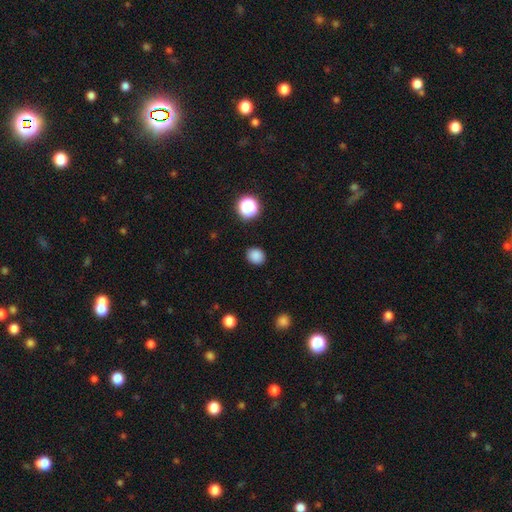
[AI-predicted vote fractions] smooth 84%, star or artifact 12%, featured or disk 3%. Down the decision tree: how rounded — round (67%); merging — none (88%).